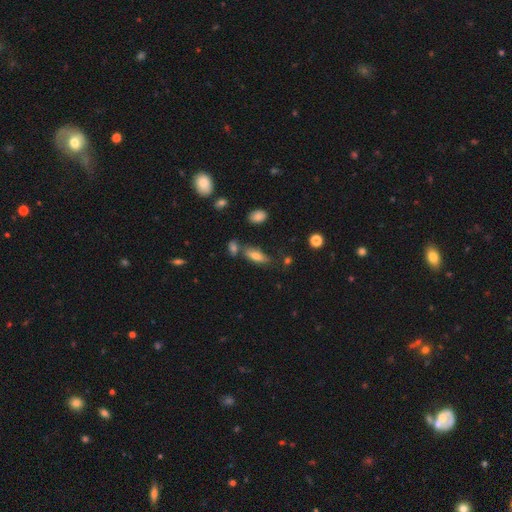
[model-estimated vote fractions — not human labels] The model was most divided on "how rounded": in between: 69%, cigar-shaped: 28%, round: 3%. More confident: smooth or featured — smooth (72%); merging — none (64%).